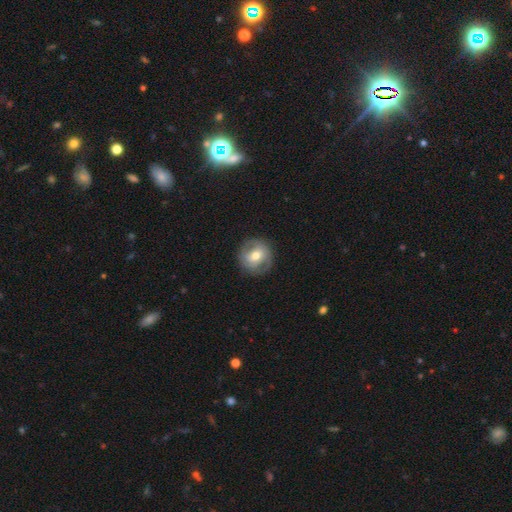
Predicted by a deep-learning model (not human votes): A featured or disk galaxy (51%).

Vote fractions:
- Smooth or featured? featured or disk: 51% / smooth: 42% / star or artifact: 7%
- Edge-on disk? no: 96% / yes: 4%
- Merging? none: 80% / minor disturbance: 13% / major disturbance: 6% / merger: 1%